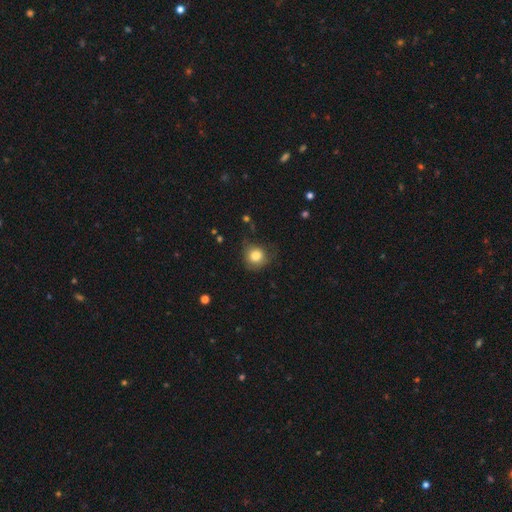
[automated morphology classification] smooth-or-featured: smooth: 82% | star or artifact: 10% | featured or disk: 8%
  how-rounded: round: 86% | in between: 13% | cigar-shaped: 1%
  merging: none: 68% | minor disturbance: 22% | major disturbance: 8% | merger: 2%